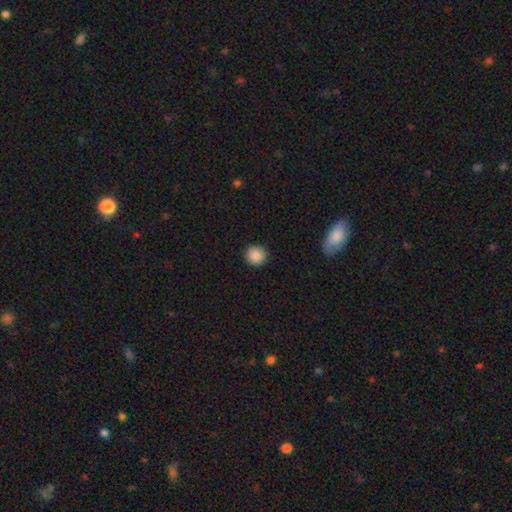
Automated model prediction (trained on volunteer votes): A smooth galaxy with no disk features (88%) that is round (95%). Merging: none (92%).